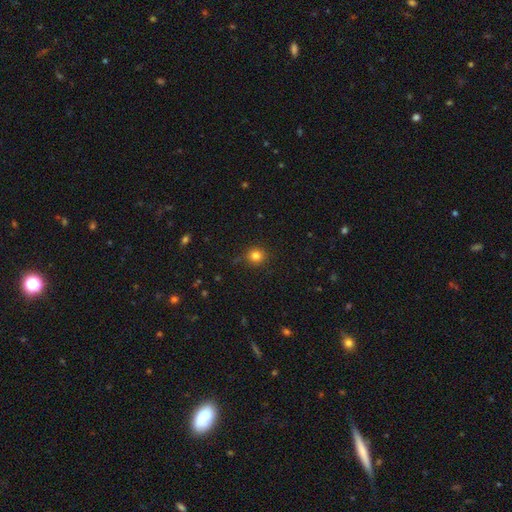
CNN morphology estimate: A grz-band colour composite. It shows a smooth galaxy with no disk features (81%) that is round (90%). Merging: none (86%).